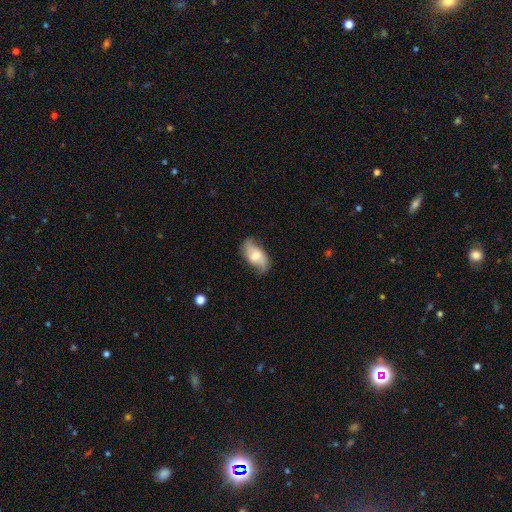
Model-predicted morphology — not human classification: Smooth or featured? Predicted: featured or disk (p=0.51). Edge-on disk? Predicted: no (p=0.92). Merging? Predicted: none (p=0.68).